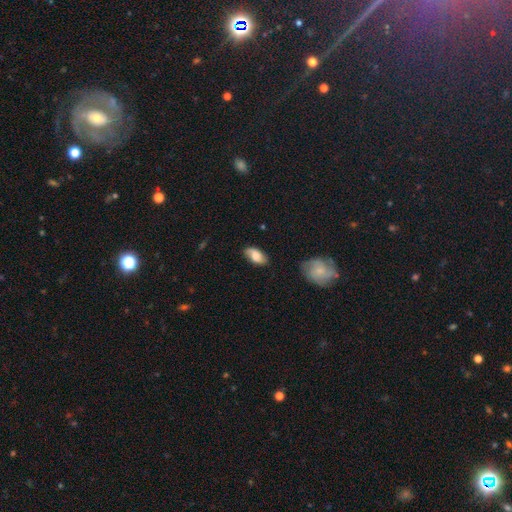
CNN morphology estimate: smooth-or-featured: smooth: 69% | featured or disk: 24% | star or artifact: 7%
  how-rounded: in between: 91% | cigar-shaped: 5% | round: 4%
  merging: none: 72% | minor disturbance: 22% | major disturbance: 5% | merger: 2%